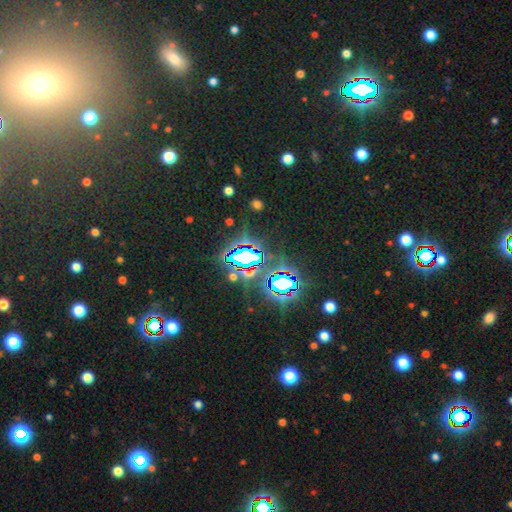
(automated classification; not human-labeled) Smooth or featured: star or artifact — 79% (smooth — 12%)